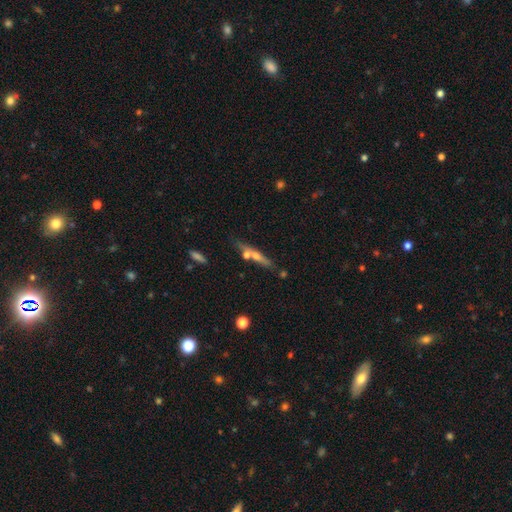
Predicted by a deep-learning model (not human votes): smooth-or-featured: featured or disk: 54% | smooth: 37% | star or artifact: 9%
  disk-edge-on: yes: 90% | no: 10%
  merging: none: 69% | merger: 15% | minor disturbance: 12% | major disturbance: 3%